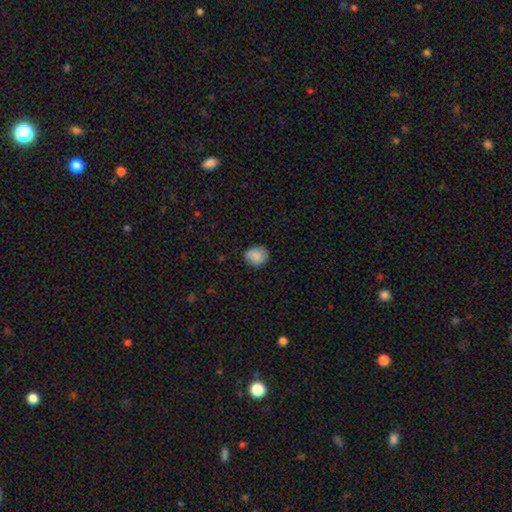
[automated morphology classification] This appears to be a smooth galaxy with no disk features (85%) that is round (73%). Merging: none (82%).